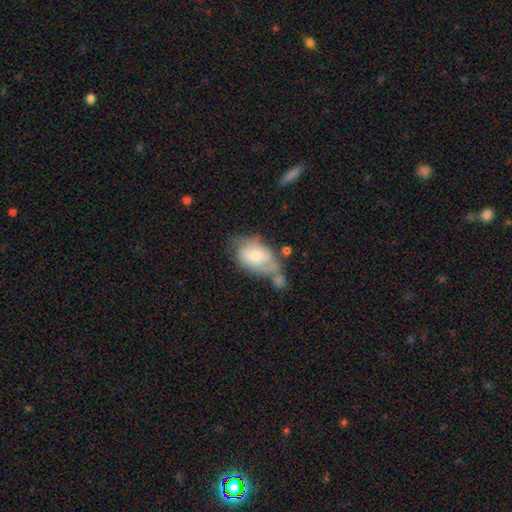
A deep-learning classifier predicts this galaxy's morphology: smooth_or_featured: smooth (p=0.50) [alt: featured or disk p=0.44]
how_rounded: in between (p=0.83) [alt: round p=0.15]
merging: none (p=0.28) [alt: merger p=0.27]